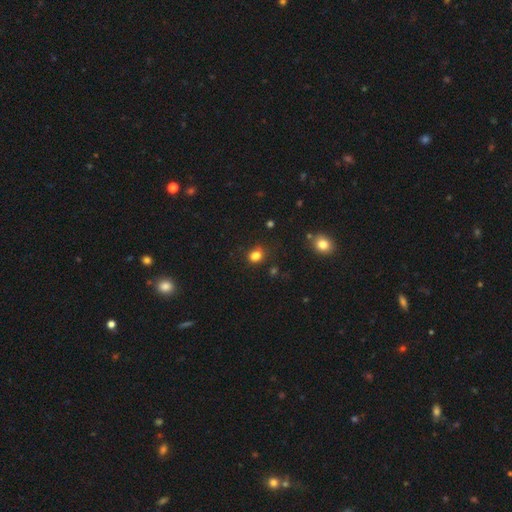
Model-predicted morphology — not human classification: smooth 81%, star or artifact 14%, featured or disk 5%. Down the decision tree: how rounded — round (54%); merging — none (75%).